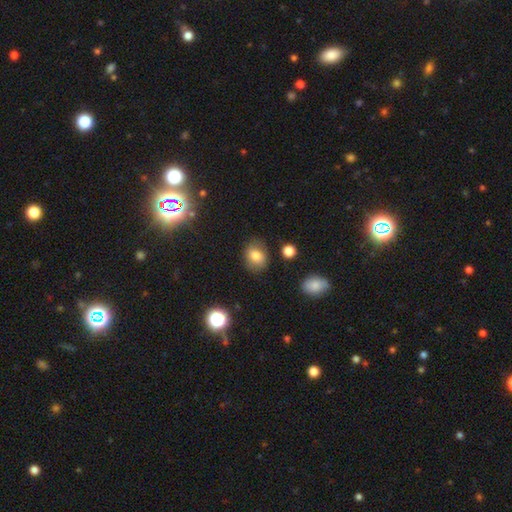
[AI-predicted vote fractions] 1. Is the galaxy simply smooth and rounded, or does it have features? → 78% smooth, 11% star or artifact, 11% featured or disk.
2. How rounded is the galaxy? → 52% in between, 47% round, 1% cigar-shaped.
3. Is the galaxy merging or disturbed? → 77% none, 16% minor disturbance, 4% major disturbance, 2% merger.